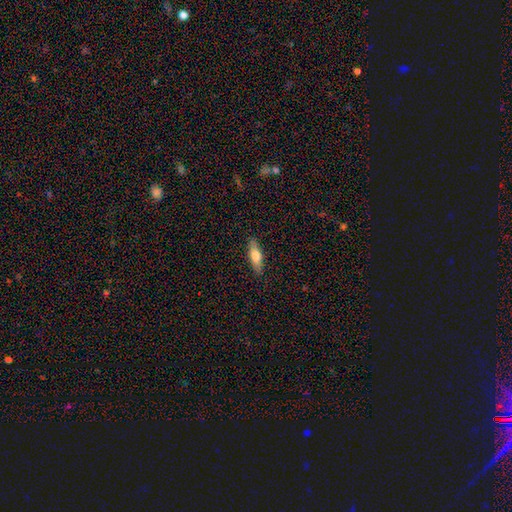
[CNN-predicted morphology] Smooth or featured: smooth — 64% (featured or disk — 30%)
How rounded: in between — 50% (cigar-shaped — 47%)
Merging: none — 88% (minor disturbance — 9%)